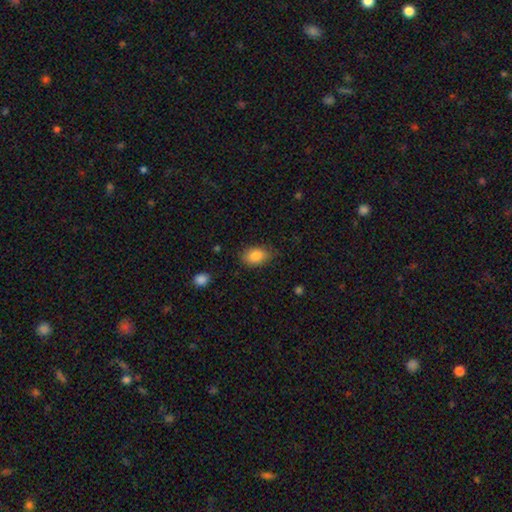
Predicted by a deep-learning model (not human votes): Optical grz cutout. It shows a smooth galaxy with no disk features (85%) that is in between round and cigar-shaped (87%). Merging: none (74%).